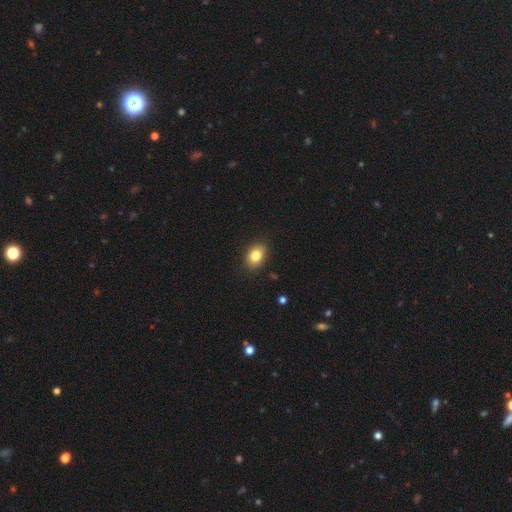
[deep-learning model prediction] smooth-or-featured: smooth: 83% | star or artifact: 9% | featured or disk: 8%
  how-rounded: in between: 80% | round: 18% | cigar-shaped: 1%
  merging: none: 87% | minor disturbance: 9% | major disturbance: 2% | merger: 1%